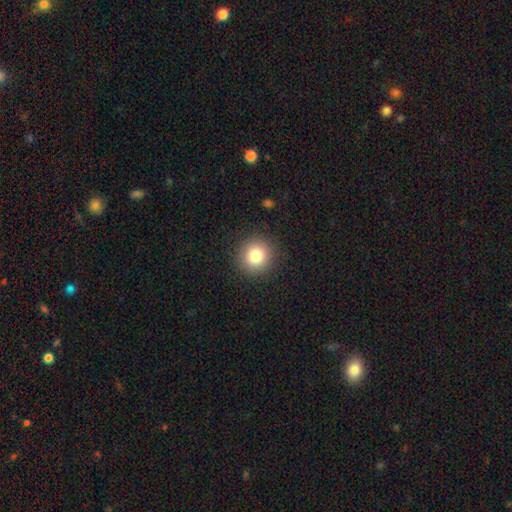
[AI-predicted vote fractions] Smooth or featured? Predicted: smooth (p=0.82). How rounded? Predicted: round (p=0.90). Merging? Predicted: none (p=0.90).